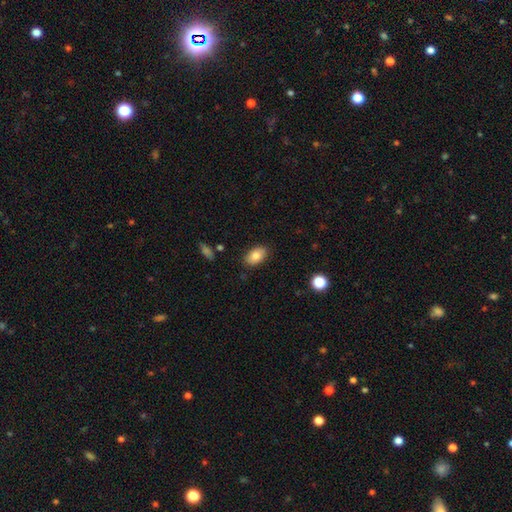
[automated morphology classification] smooth-or-featured: smooth: 84% | featured or disk: 9% | star or artifact: 7%
  how-rounded: in between: 92% | round: 6% | cigar-shaped: 1%
  merging: none: 86% | minor disturbance: 10% | major disturbance: 2% | merger: 1%